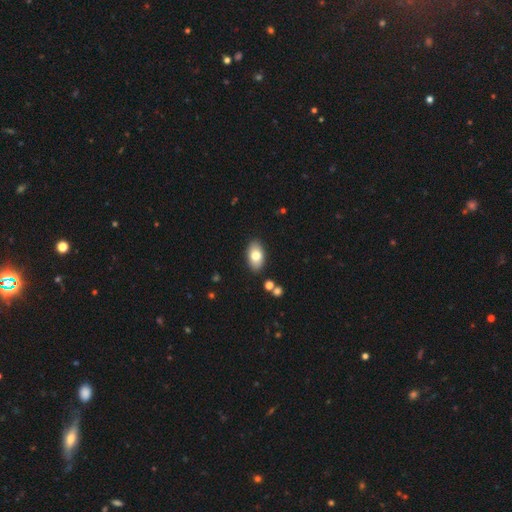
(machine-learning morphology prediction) This appears to be a smooth galaxy with no disk features (77%) that is in between round and cigar-shaped (92%). Merging: none (87%).